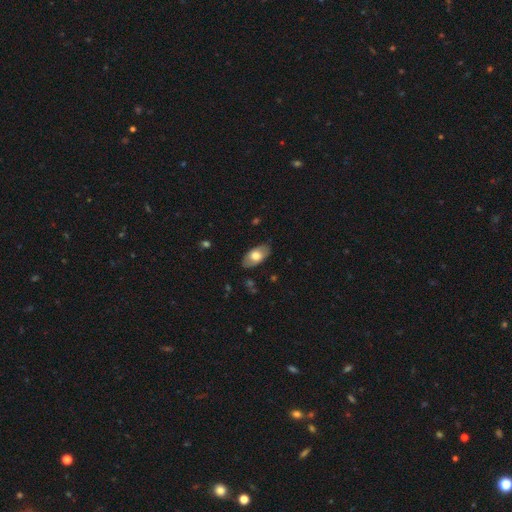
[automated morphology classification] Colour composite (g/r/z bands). It shows a smooth galaxy with no disk features (64%) that is in between round and cigar-shaped (93%). Merging: none (83%).